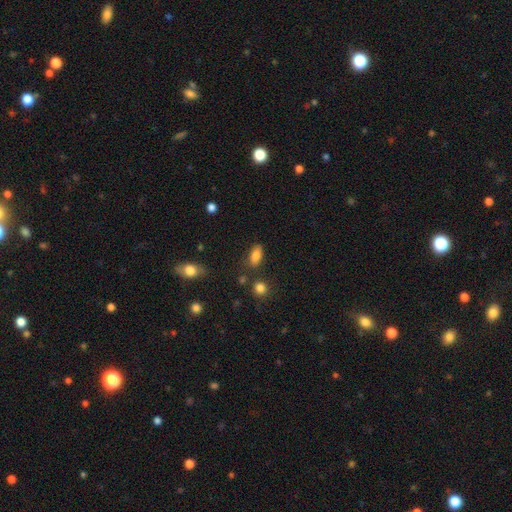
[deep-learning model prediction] Morphology: type=smooth (84%); roundness=in between (86%); merging=none (75%).